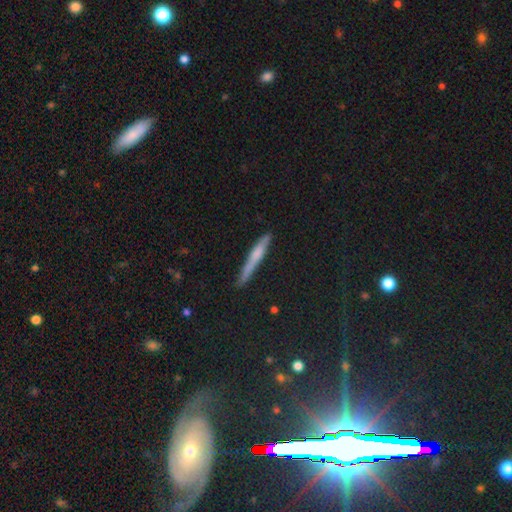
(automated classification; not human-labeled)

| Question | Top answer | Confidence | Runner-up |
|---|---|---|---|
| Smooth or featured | smooth | 52% | featured or disk (37%) |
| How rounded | cigar-shaped | 94% | in between (4%) |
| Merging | none | 84% | minor disturbance (12%) |